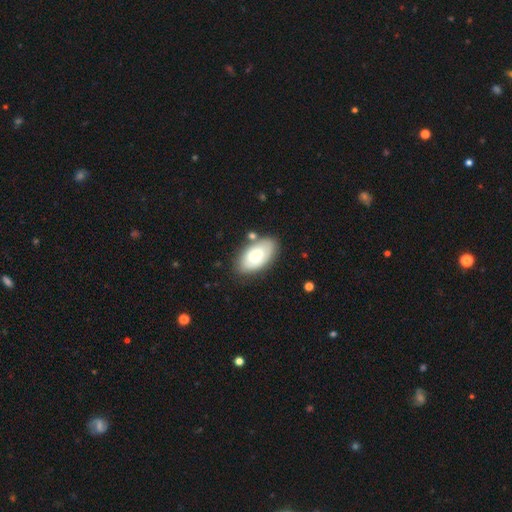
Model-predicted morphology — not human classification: smooth_or_featured: smooth (p=0.57) [alt: featured or disk p=0.37]
how_rounded: in between (p=0.94) [alt: round p=0.04]
merging: none (p=0.73) [alt: minor disturbance p=0.16]